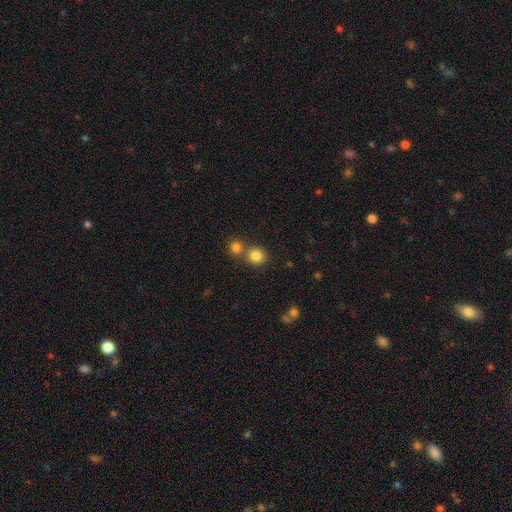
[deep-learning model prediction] smooth 82%, star or artifact 12%, featured or disk 6%. Down the decision tree: how rounded — round (87%); merging — none (61%).